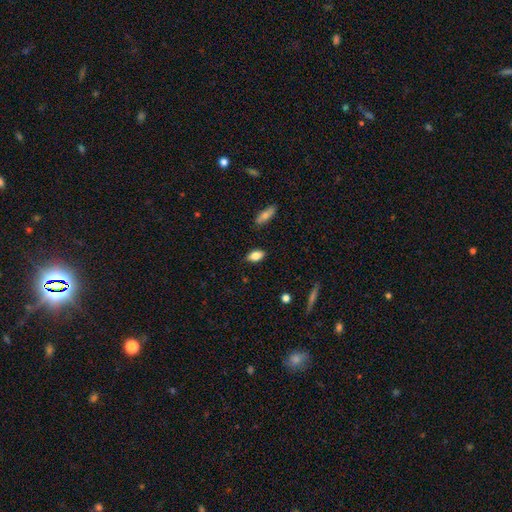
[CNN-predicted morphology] type=smooth (82%); roundness=in between (89%); merging=none (86%).